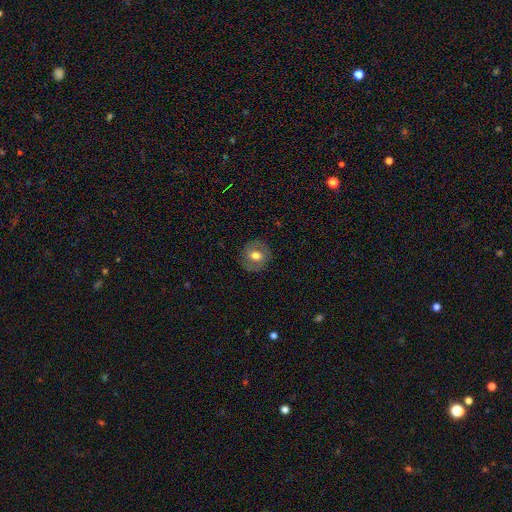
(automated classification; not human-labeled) Morphology: type=smooth (60%); roundness=round (87%); merging=none (86%).